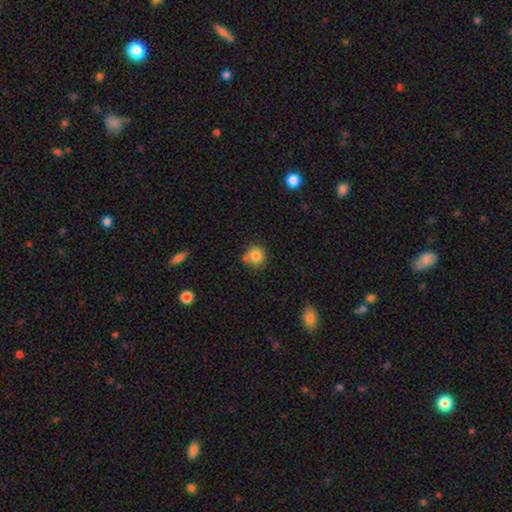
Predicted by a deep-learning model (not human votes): A smooth galaxy with no disk features (83%) that is round (88%). Merging: none (66%).